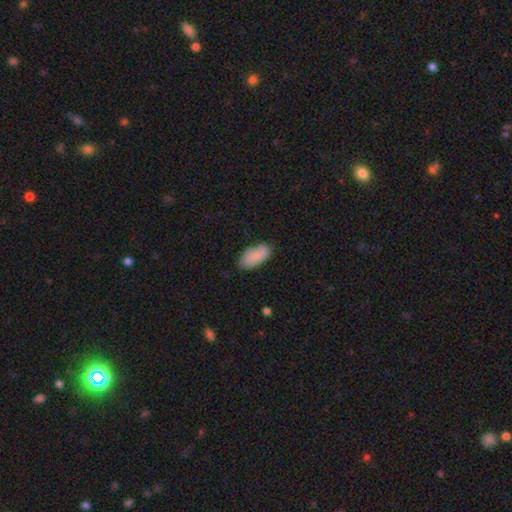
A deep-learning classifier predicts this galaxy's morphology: Smooth or featured: smooth — 86% (featured or disk — 8%)
How rounded: in between — 92% (cigar-shaped — 6%)
Merging: none — 78% (minor disturbance — 17%)